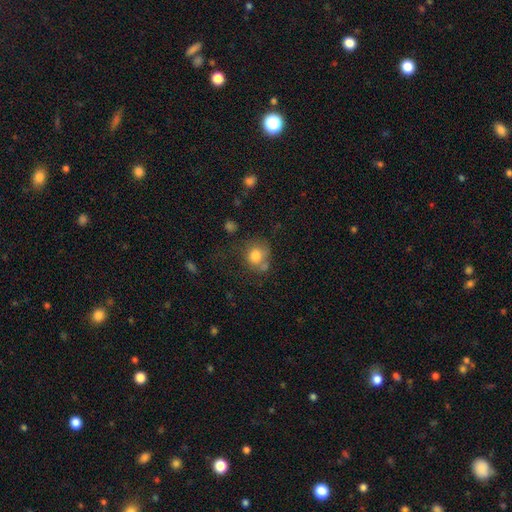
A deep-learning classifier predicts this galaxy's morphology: This is likely a smooth galaxy (77%). How rounded: likely round (73%). Merging: possibly none (49%).